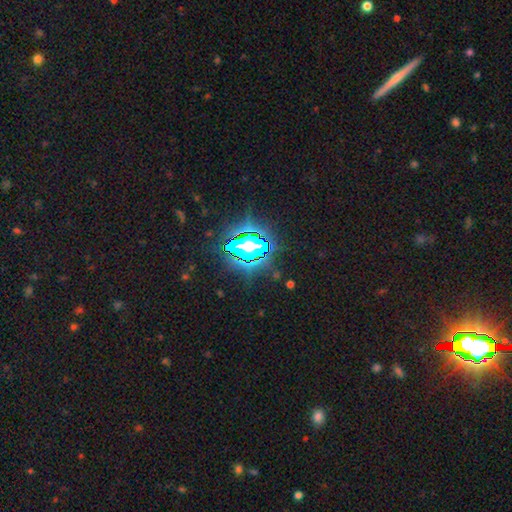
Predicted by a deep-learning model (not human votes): smooth_or_featured: star or artifact (p=0.81) [alt: smooth p=0.12]